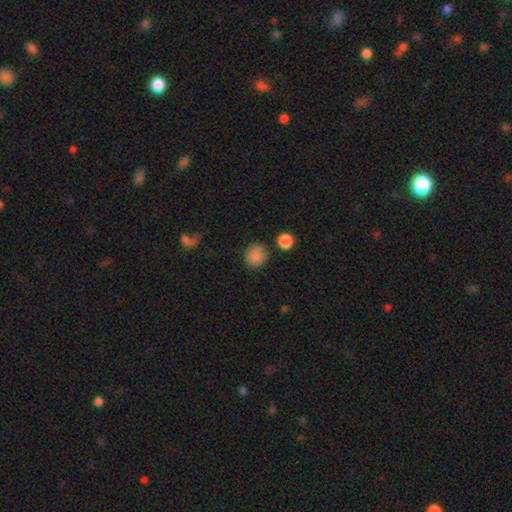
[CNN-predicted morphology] smooth-or-featured: smooth: 86% | star or artifact: 10% | featured or disk: 4%
  how-rounded: round: 86% | in between: 13% | cigar-shaped: 1%
  merging: none: 82% | minor disturbance: 10% | merger: 4% | major disturbance: 4%